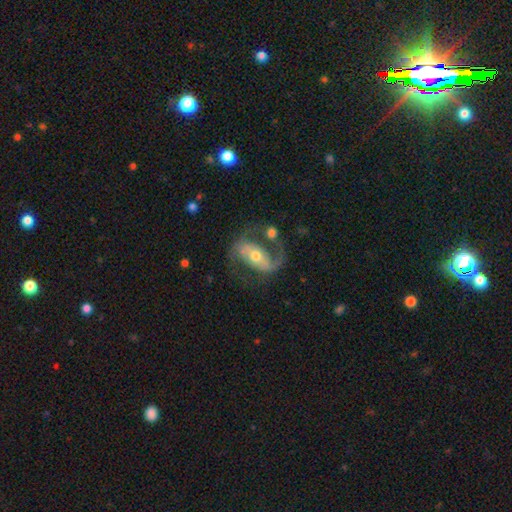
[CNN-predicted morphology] Smooth or featured? featured or disk (84%)
Edge-on disk? no (96%)
Bar? strong (41%)
Spiral arms? yes (92%)
Spiral winding? medium (47%)
Spiral arm count? 2 (85%)
Bulge size? moderate (64%)
Merging? none (60%)